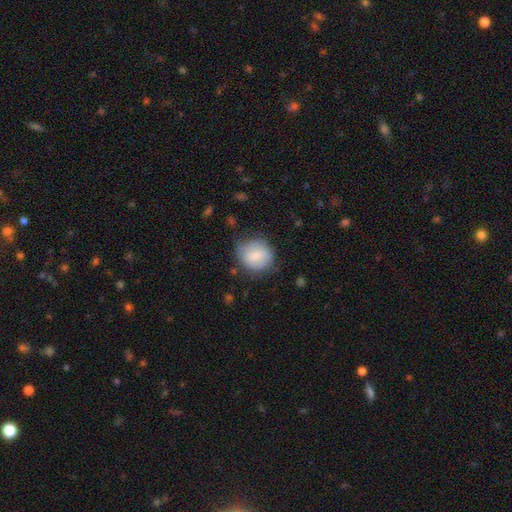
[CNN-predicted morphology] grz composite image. It shows a smooth galaxy with no disk features (64%) that is round (86%). Merging: none (65%).